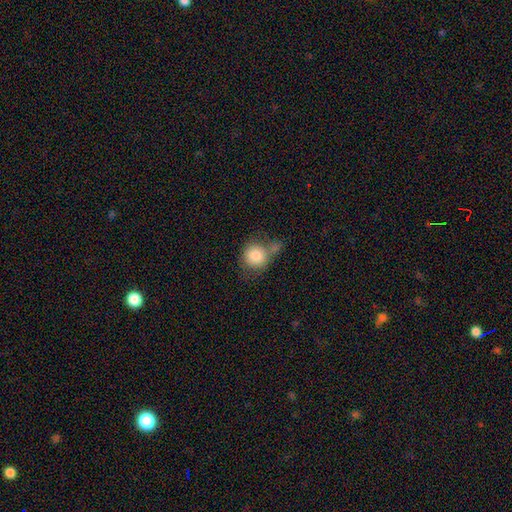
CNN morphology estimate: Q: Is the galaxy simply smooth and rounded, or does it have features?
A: smooth — 82%.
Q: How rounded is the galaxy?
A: round — 87%.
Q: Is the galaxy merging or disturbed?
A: none — 43%.